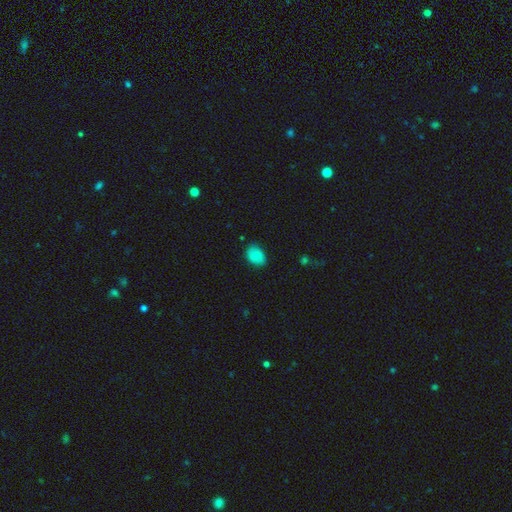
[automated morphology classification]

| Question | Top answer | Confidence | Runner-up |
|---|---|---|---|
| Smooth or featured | smooth | 78% | featured or disk (13%) |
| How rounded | in between | 76% | round (23%) |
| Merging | none | 78% | minor disturbance (17%) |